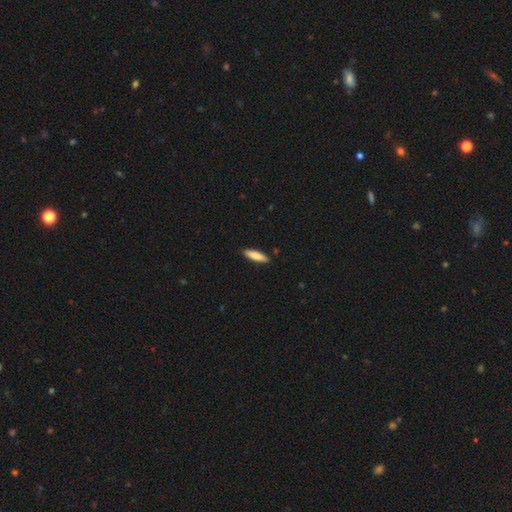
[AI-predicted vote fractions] Smooth or featured? Predicted: smooth (p=0.83). How rounded? Predicted: cigar-shaped (p=0.66). Merging? Predicted: none (p=0.90).